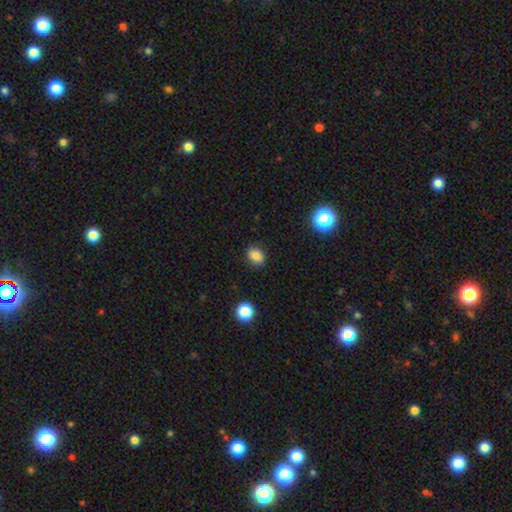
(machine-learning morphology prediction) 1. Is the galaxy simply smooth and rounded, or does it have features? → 84% smooth, 12% star or artifact, 4% featured or disk.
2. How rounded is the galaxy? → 60% in between, 39% round, 1% cigar-shaped.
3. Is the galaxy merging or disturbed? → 86% none, 10% minor disturbance, 3% major disturbance, 1% merger.